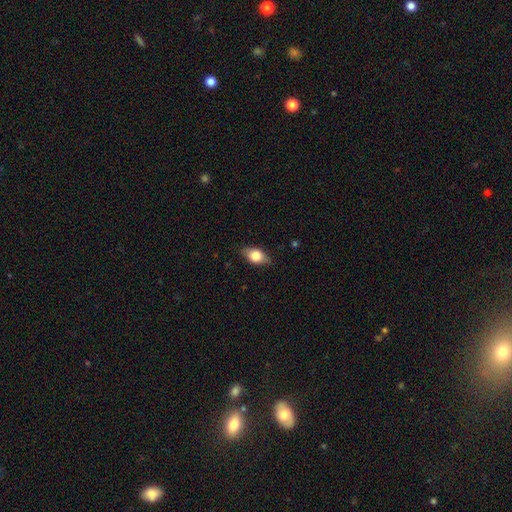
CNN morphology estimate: This is likely a smooth galaxy (74%). How rounded: clearly in between (83%). Merging: clearly none (81%).